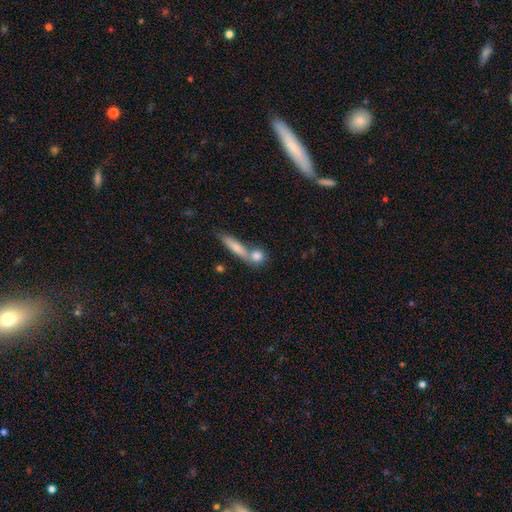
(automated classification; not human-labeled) smooth-or-featured: smooth: 77% | featured or disk: 15% | star or artifact: 8%
  how-rounded: round: 55% | in between: 23% | cigar-shaped: 23%
  merging: none: 51% | merger: 36% | minor disturbance: 9% | major disturbance: 4%